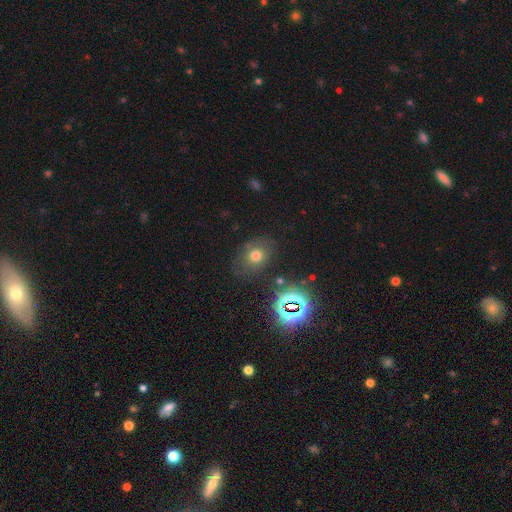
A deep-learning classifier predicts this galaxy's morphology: This is likely a smooth galaxy (61%). How rounded: possibly round (53%). Merging: likely none (70%).